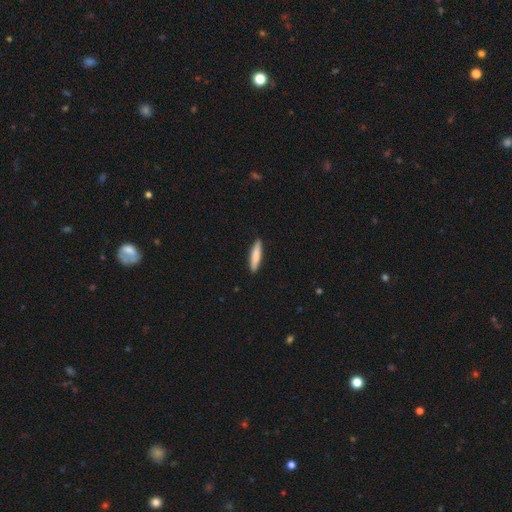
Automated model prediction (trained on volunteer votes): Smooth or featured? smooth (77%)
How rounded? cigar-shaped (85%)
Merging? none (91%)